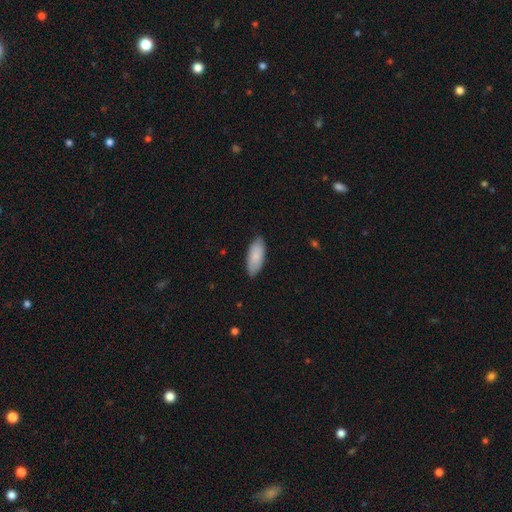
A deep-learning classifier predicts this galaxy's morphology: This appears to be a smooth galaxy with no disk features (84%) that is in between round and cigar-shaped (84%). Merging: none (82%).